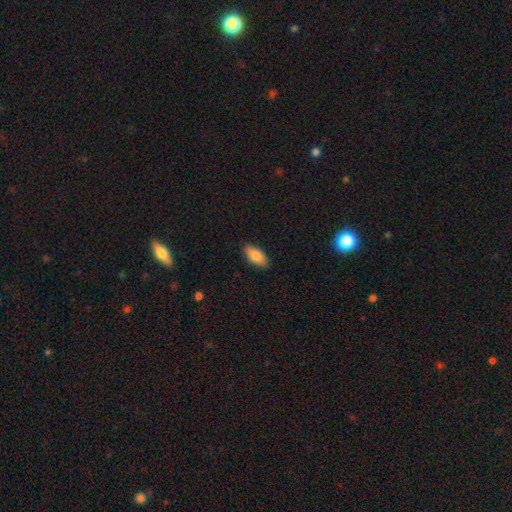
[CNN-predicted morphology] A smooth galaxy with no disk features (85%) that is in between round and cigar-shaped (90%).

Vote fractions:
- Smooth or featured? smooth: 85% / featured or disk: 9% / star or artifact: 6%
- How rounded? in between: 90% / cigar-shaped: 8% / round: 2%
- Merging? none: 88% / minor disturbance: 9% / major disturbance: 2% / merger: 1%